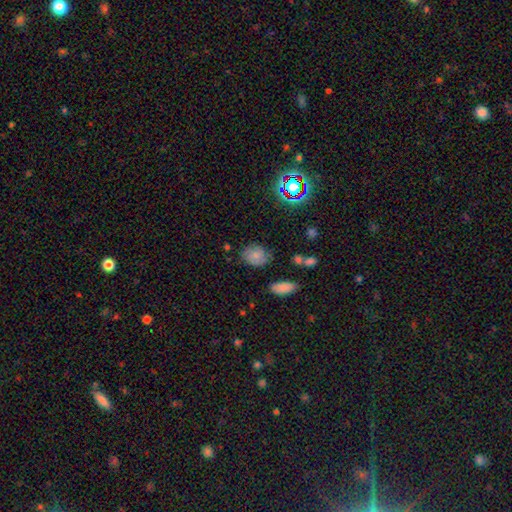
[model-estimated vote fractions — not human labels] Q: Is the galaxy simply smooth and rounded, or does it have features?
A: smooth — 70%.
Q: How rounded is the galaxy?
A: in between — 57%.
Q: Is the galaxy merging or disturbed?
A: none — 69%.